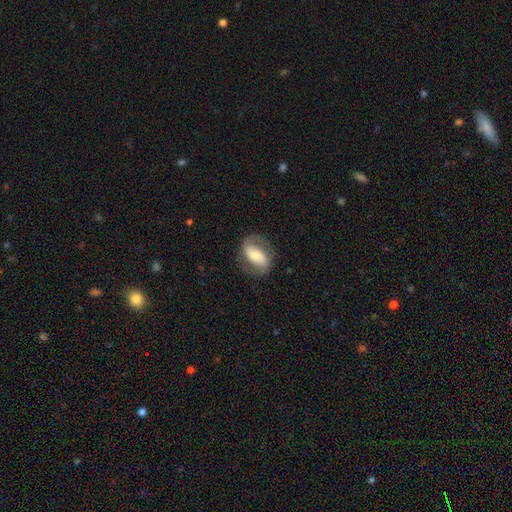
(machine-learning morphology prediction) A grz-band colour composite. It shows a featured or disk galaxy (75%) with a strong bar (42%), 2 (89%) medium (47%) spiral arms (89%) and a moderate central bulge (57%). Merging: none (79%).